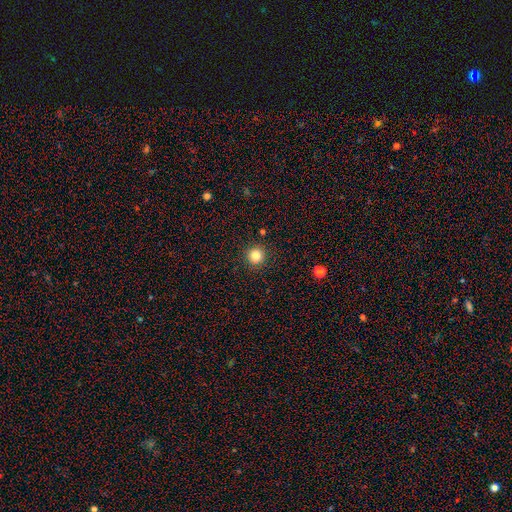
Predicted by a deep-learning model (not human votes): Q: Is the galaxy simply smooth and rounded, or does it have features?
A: smooth — 83%.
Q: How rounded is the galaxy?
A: round — 94%.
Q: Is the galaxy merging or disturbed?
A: none — 92%.